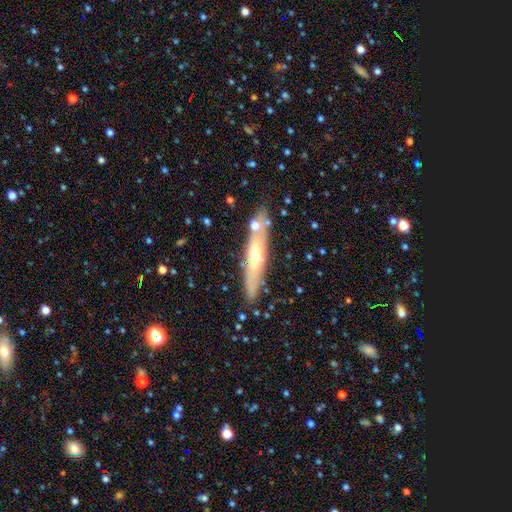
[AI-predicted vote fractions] smooth_or_featured: featured or disk (p=0.56) [alt: smooth p=0.37]
disk_edge_on: yes (p=0.73) [alt: no p=0.27]
merging: none (p=0.78) [alt: minor disturbance p=0.13]